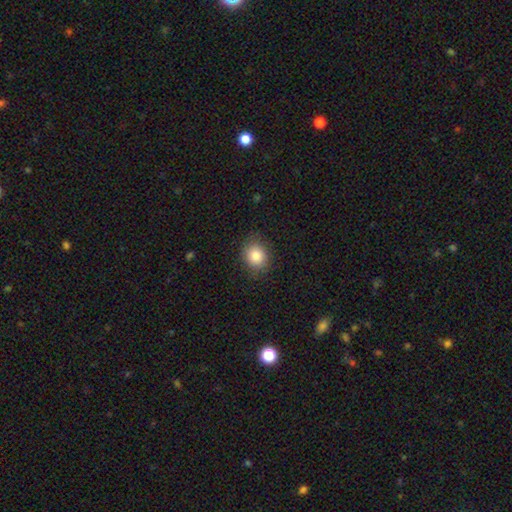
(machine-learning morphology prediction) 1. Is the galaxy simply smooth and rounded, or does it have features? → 84% smooth, 9% star or artifact, 7% featured or disk.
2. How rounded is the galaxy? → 66% round, 33% in between, 1% cigar-shaped.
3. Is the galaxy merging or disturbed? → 83% none, 13% minor disturbance, 3% major disturbance, 1% merger.